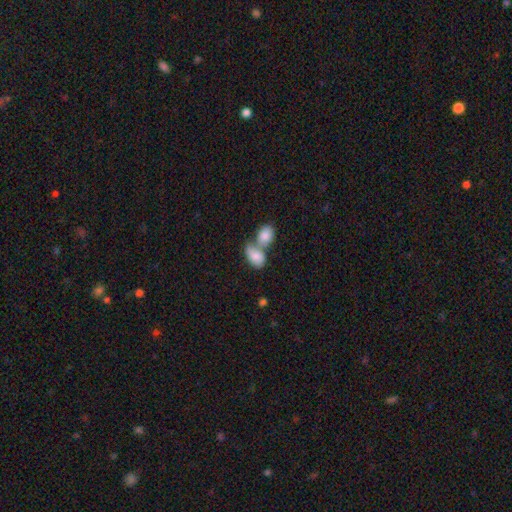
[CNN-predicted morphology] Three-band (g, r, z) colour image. It shows a smooth galaxy with no disk features (81%) that is in between round and cigar-shaped (87%). Merging: merger (71%).